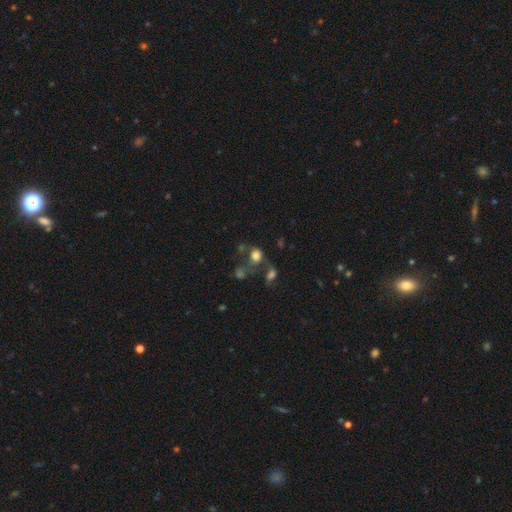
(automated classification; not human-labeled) Smooth or featured: smooth — 72% (star or artifact — 15%)
How rounded: round — 61% (in between — 38%)
Merging: merger — 37% (none — 36%)